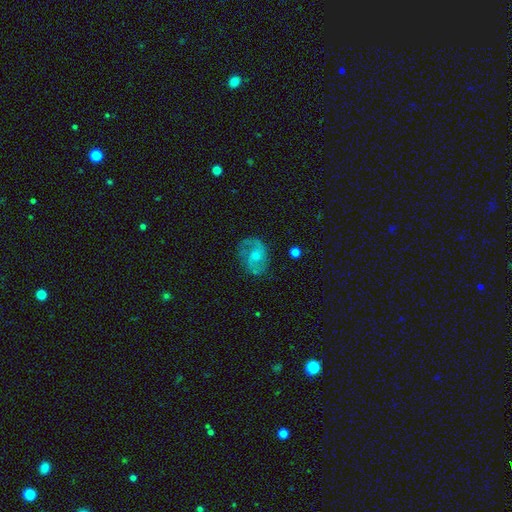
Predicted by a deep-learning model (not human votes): smooth_or_featured: featured or disk (p=0.75) [alt: smooth p=0.17]
disk_edge_on: no (p=0.97) [alt: yes p=0.03]
bar: no (p=0.60) [alt: weak p=0.33]
has_spiral_arms: yes (p=0.91) [alt: no p=0.09]
spiral_winding: medium (p=0.49) [alt: loose p=0.29]
spiral_arm_count: 2 (p=0.80) [alt: can't tell p=0.09]
bulge_size: small (p=0.51) [alt: moderate p=0.43]
merging: none (p=0.72) [alt: minor disturbance p=0.18]